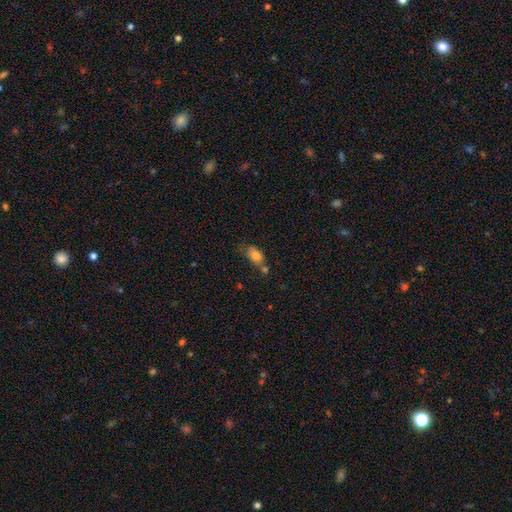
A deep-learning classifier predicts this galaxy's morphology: Smooth or featured? smooth (78%)
How rounded? in between (85%)
Merging? none (45%)